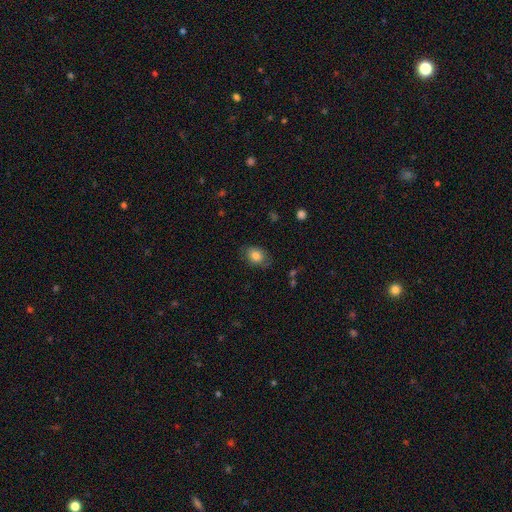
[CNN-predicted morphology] This is clearly a smooth galaxy (81%). How rounded: likely in between (73%). Merging: likely none (75%).